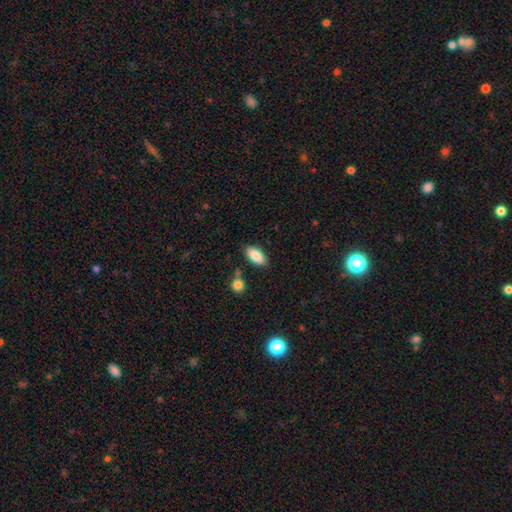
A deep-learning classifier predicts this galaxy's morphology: This appears to be a smooth galaxy with no disk features (87%) that is in between round and cigar-shaped (91%). Merging: none (82%).